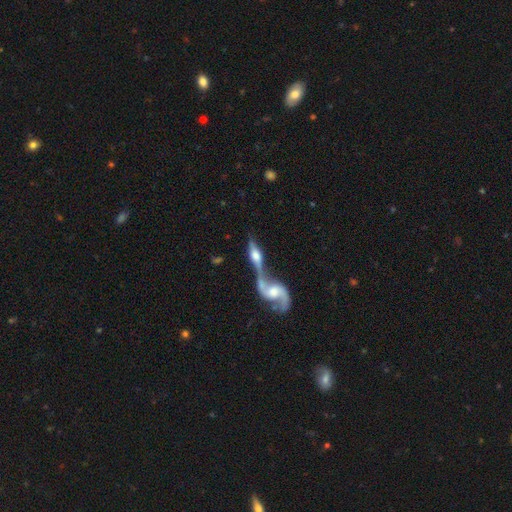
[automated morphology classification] Overall: featured or disk (67%). Edge-on disk: no (56%; yes 44%). Merging: merger (76%).